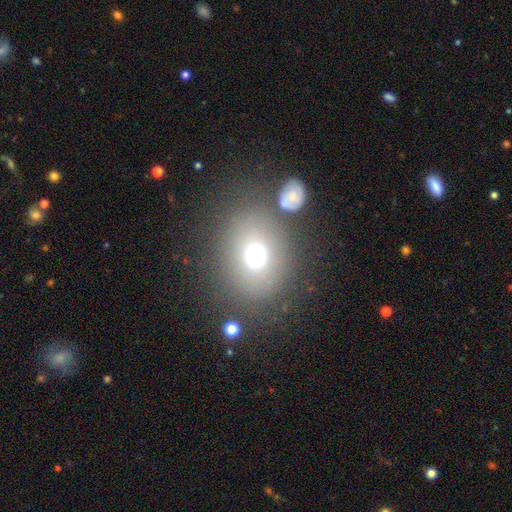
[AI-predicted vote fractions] A smooth galaxy with no disk features (70%) that is round (59%). Merging: none (70%).